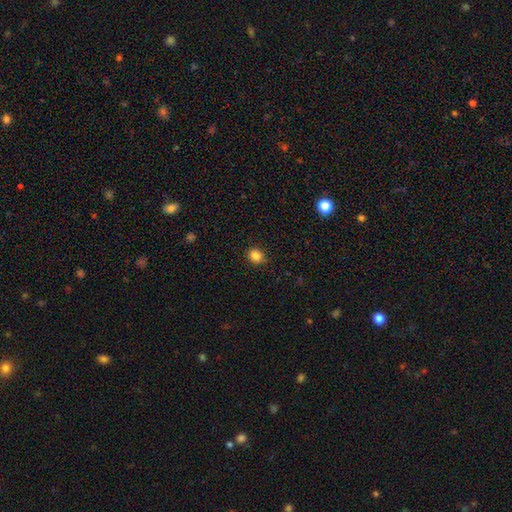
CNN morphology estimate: Q: Smooth or featured?
A: smooth (84%); runner-up: star or artifact (12%)
Q: How rounded?
A: round (80%); runner-up: in between (19%)
Q: Merging?
A: none (85%); runner-up: minor disturbance (11%)